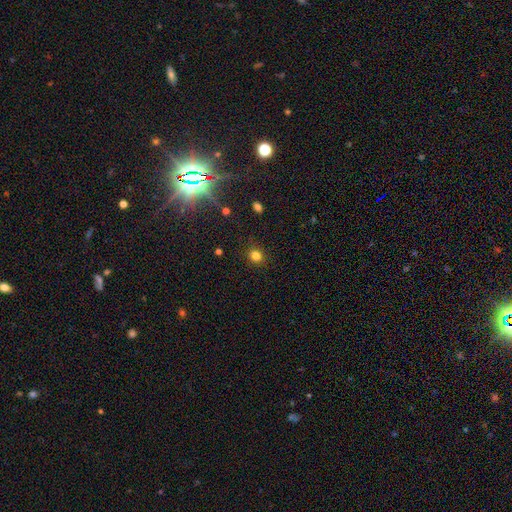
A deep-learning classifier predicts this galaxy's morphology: Smooth or featured? smooth (81%)
How rounded? round (77%)
Merging? none (88%)